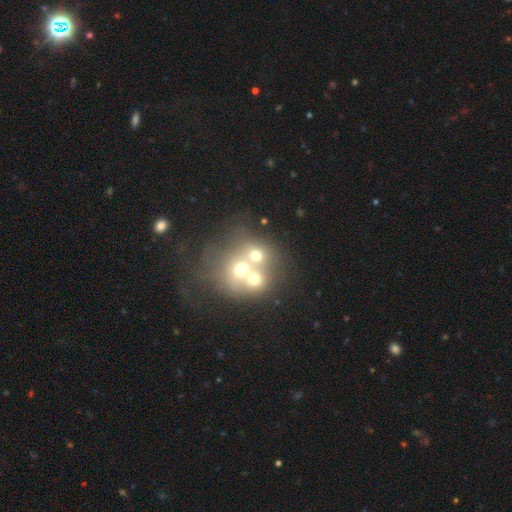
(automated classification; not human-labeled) Q: Smooth or featured?
A: smooth (53%); runner-up: featured or disk (28%)
Q: How rounded?
A: round (72%); runner-up: in between (27%)
Q: Merging?
A: merger (58%); runner-up: none (30%)